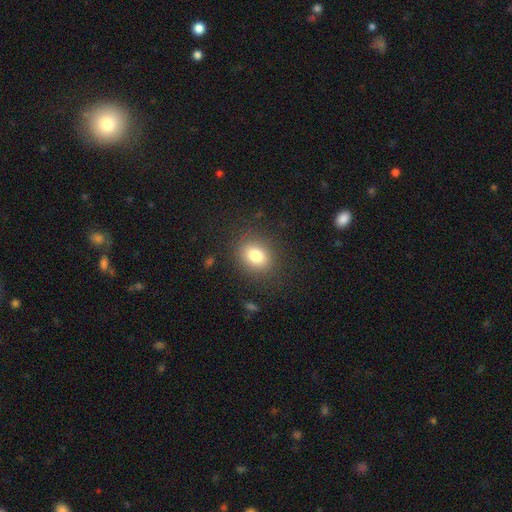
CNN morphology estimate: smooth 81%, star or artifact 11%, featured or disk 9%. Down the decision tree: how rounded — round (50%); merging — none (85%).